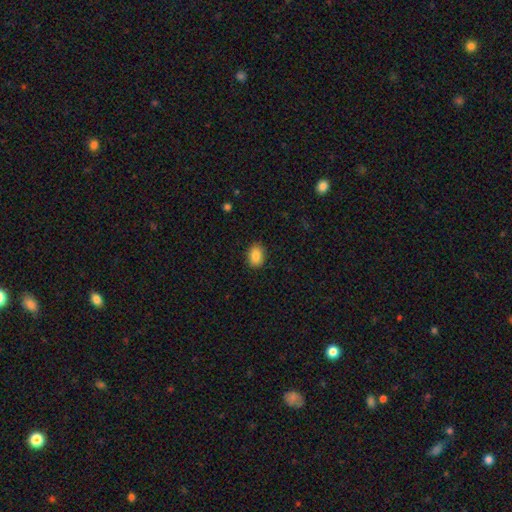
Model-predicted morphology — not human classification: This is clearly a smooth galaxy (85%). How rounded: likely in between (71%). Merging: clearly none (89%).